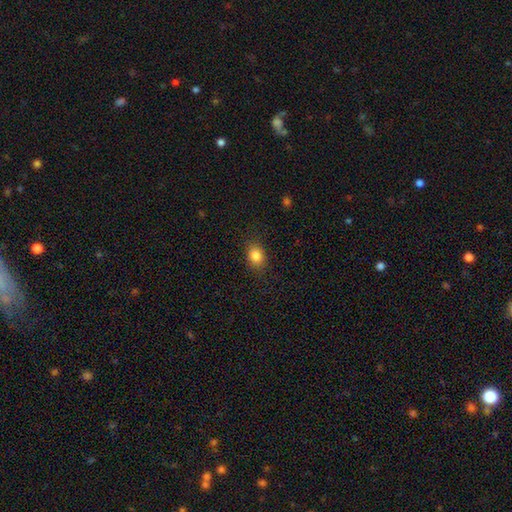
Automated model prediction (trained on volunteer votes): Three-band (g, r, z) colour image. It shows a smooth galaxy with no disk features (84%) that is in between round and cigar-shaped (57%). Merging: none (86%).